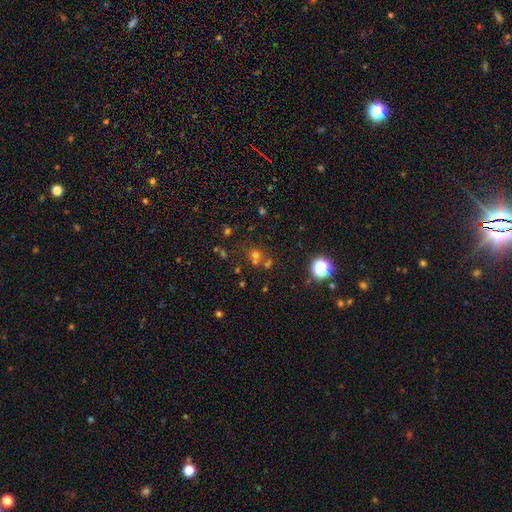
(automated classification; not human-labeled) A smooth galaxy with no disk features (53%) that is round (85%).

Vote fractions:
- Smooth or featured? smooth: 53% / star or artifact: 36% / featured or disk: 12%
- How rounded? round: 85% / in between: 14% / cigar-shaped: 1%
- Merging? none: 56% / merger: 31% / minor disturbance: 9% / major disturbance: 5%